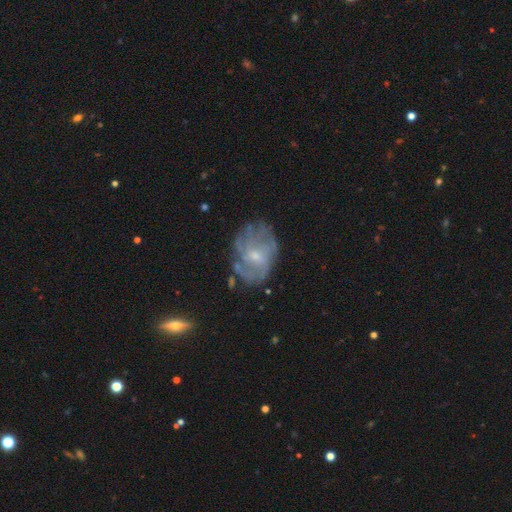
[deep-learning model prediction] Smooth or featured? Predicted: featured or disk (p=0.70). Edge-on disk? Predicted: no (p=0.97). Bar? Predicted: no (p=0.60). Spiral arms? Predicted: yes (p=0.69). Bulge size? Predicted: small (p=0.63). Merging? Predicted: none (p=0.60).